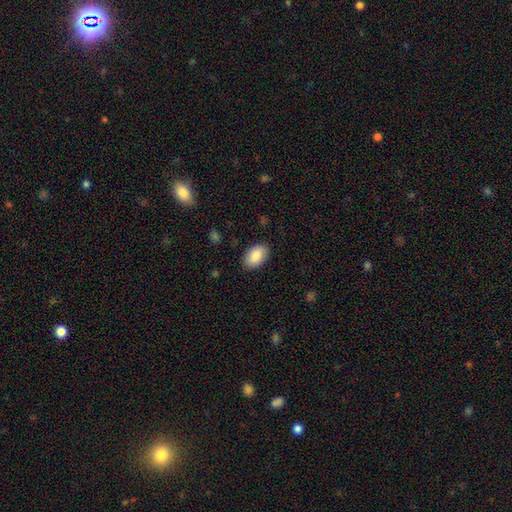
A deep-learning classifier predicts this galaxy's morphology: This is clearly a smooth galaxy (88%). How rounded: clearly in between (93%). Merging: clearly none (87%).